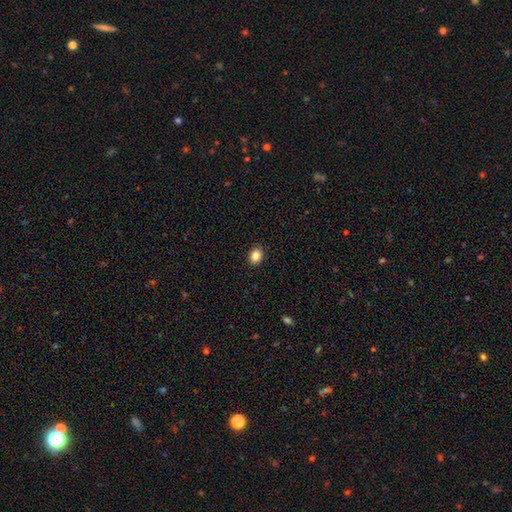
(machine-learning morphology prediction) A smooth galaxy with no disk features (85%) that is round (53%).

Vote fractions:
- Smooth or featured? smooth: 85% / star or artifact: 10% / featured or disk: 5%
- How rounded? round: 53% / in between: 46% / cigar-shaped: 1%
- Merging? none: 91% / minor disturbance: 6% / major disturbance: 2% / merger: 1%